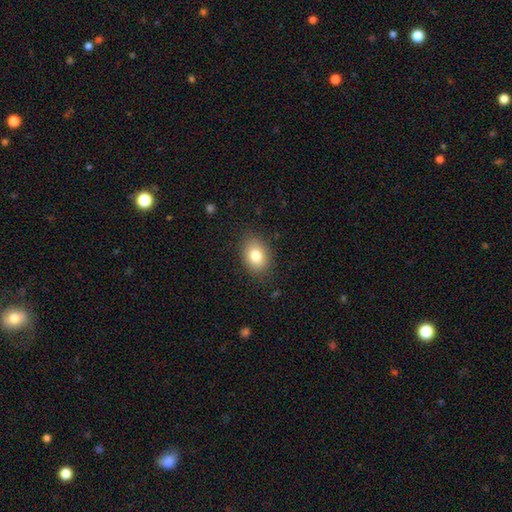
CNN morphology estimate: type=smooth (81%); roundness=in between (72%); merging=none (84%).